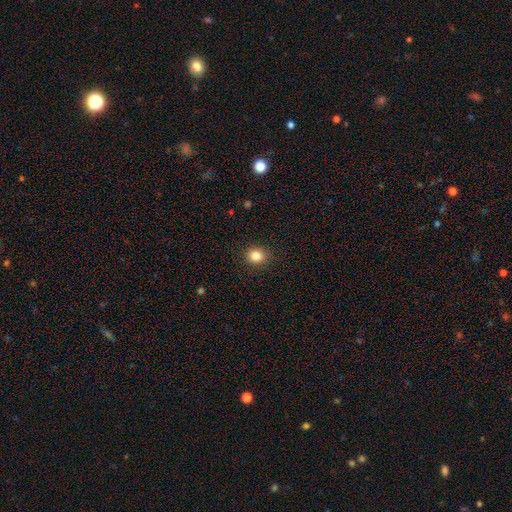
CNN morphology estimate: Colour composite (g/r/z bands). It shows a smooth galaxy with no disk features (85%) that is round (72%). Merging: none (89%).